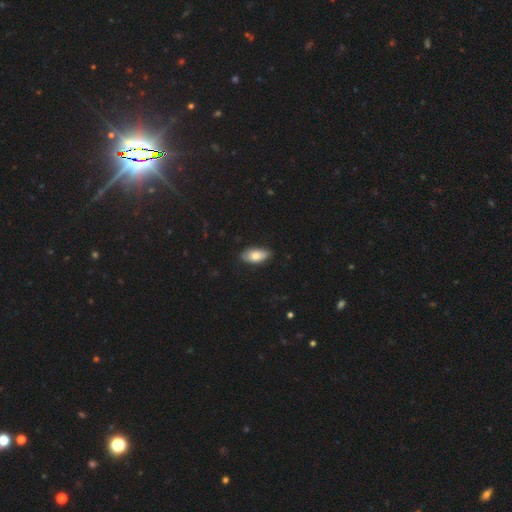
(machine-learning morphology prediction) This appears to be a smooth galaxy with no disk features (77%) that is in between round and cigar-shaped (90%). Merging: none (83%).